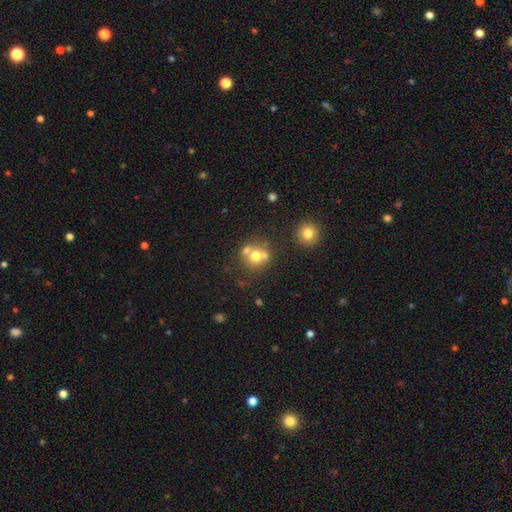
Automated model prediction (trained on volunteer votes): smooth_or_featured: smooth (p=0.65) [alt: featured or disk p=0.21]
how_rounded: round (p=0.84) [alt: in between p=0.15]
merging: none (p=0.50) [alt: merger p=0.37]